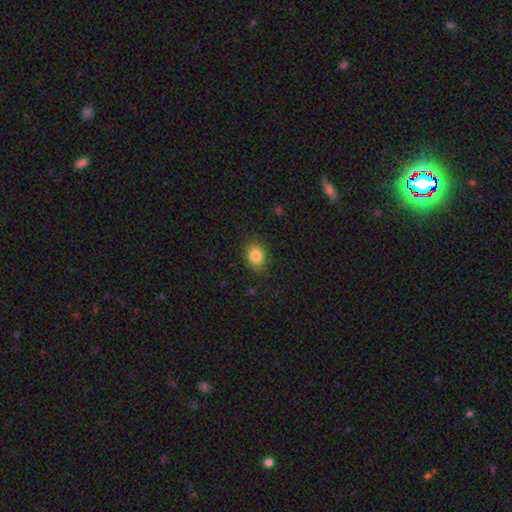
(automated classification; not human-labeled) smooth_or_featured: smooth (p=0.84) [alt: star or artifact p=0.09]
how_rounded: in between (p=0.64) [alt: round p=0.35]
merging: none (p=0.83) [alt: minor disturbance p=0.13]